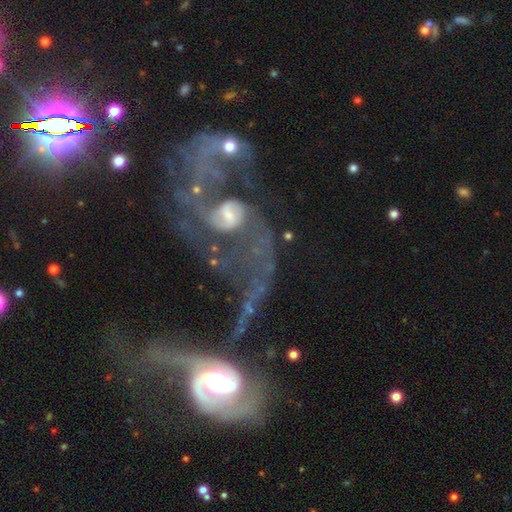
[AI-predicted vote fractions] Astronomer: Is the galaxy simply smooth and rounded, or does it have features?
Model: featured or disk — 83%.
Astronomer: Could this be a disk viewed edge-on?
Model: no — 96%.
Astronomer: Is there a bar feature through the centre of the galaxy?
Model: no — 48% (runner-up: weak, 34%).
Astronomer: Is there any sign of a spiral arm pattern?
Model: yes — 88%.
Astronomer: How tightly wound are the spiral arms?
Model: loose — 56% (runner-up: medium, 32%).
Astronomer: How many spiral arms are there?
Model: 2 — 74%.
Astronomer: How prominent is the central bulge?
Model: moderate — 50%.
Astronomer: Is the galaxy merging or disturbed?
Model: merger — 47% (runner-up: major disturbance, 29%).